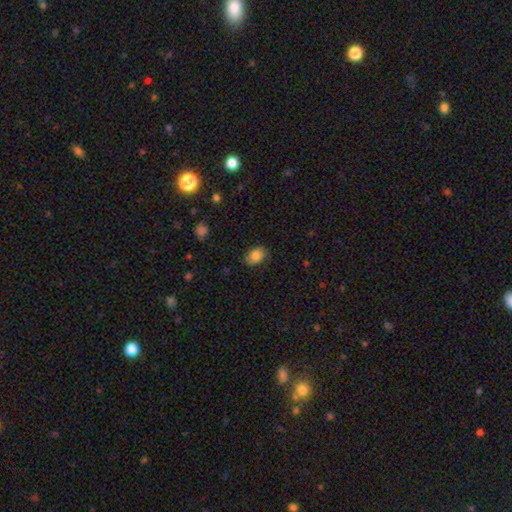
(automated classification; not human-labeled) Smooth or featured? smooth (84%)
How rounded? in between (78%)
Merging? none (81%)